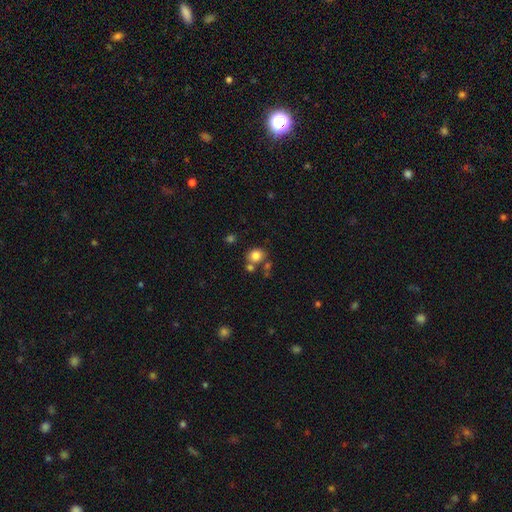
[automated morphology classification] A smooth galaxy with no disk features (81%) that is round (74%).

Vote fractions:
- Smooth or featured? smooth: 81% / star or artifact: 12% / featured or disk: 8%
- How rounded? round: 74% / in between: 25% / cigar-shaped: 1%
- Merging? none: 65% / merger: 19% / minor disturbance: 12% / major disturbance: 4%